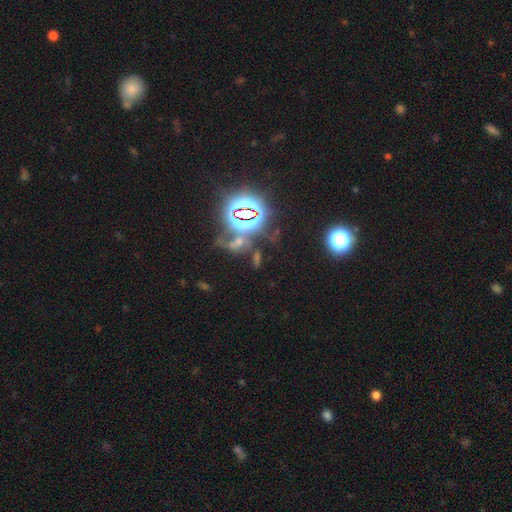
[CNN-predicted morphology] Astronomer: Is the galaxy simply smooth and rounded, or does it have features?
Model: star or artifact — 69%.